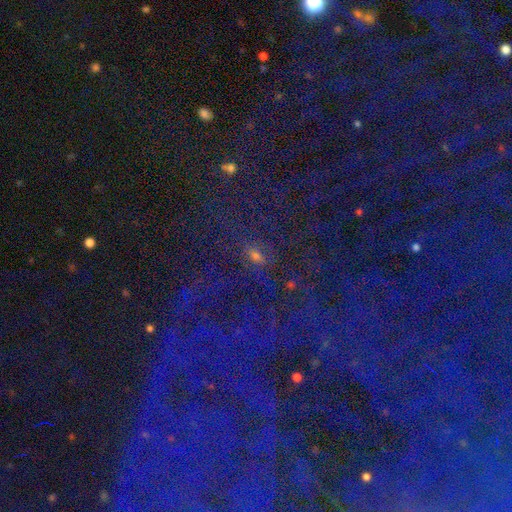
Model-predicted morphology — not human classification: smooth_or_featured: star or artifact (p=0.52) [alt: smooth p=0.33]